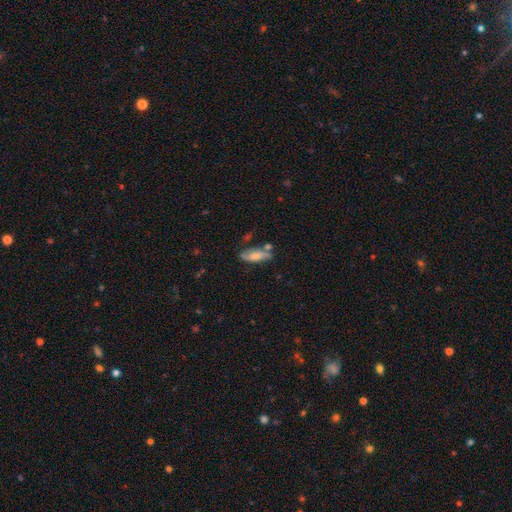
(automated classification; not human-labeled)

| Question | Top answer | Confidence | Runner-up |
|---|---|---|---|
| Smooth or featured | smooth | 58% | featured or disk (34%) |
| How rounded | in between | 63% | cigar-shaped (35%) |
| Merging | none | 55% | minor disturbance (25%) |